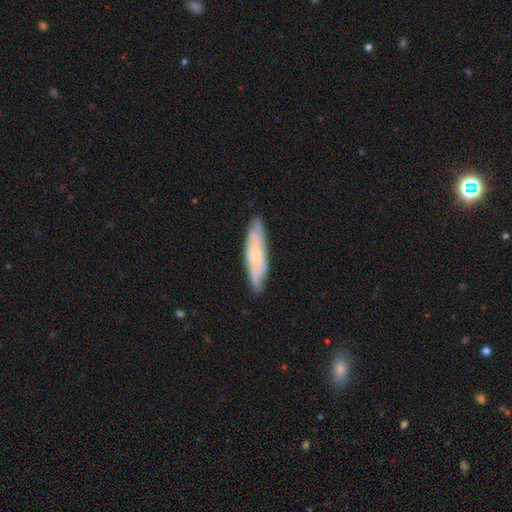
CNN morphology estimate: Smooth or featured? Predicted: featured or disk (p=0.59). Edge-on disk? Predicted: no (p=0.61). Merging? Predicted: none (p=0.80).